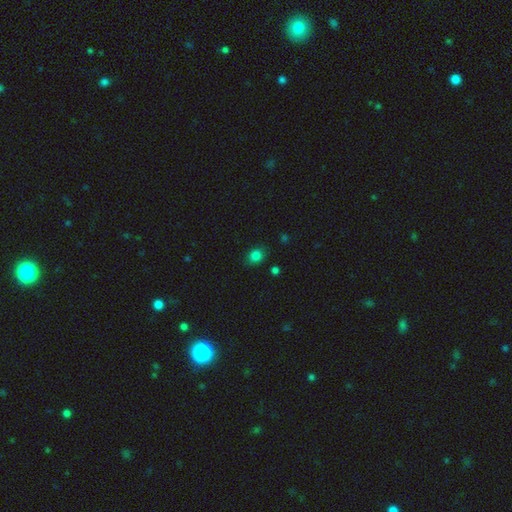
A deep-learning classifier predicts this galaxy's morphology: smooth_or_featured: smooth (p=0.81) [alt: star or artifact p=0.15]
how_rounded: round (p=0.56) [alt: in between p=0.43]
merging: none (p=0.82) [alt: minor disturbance p=0.13]